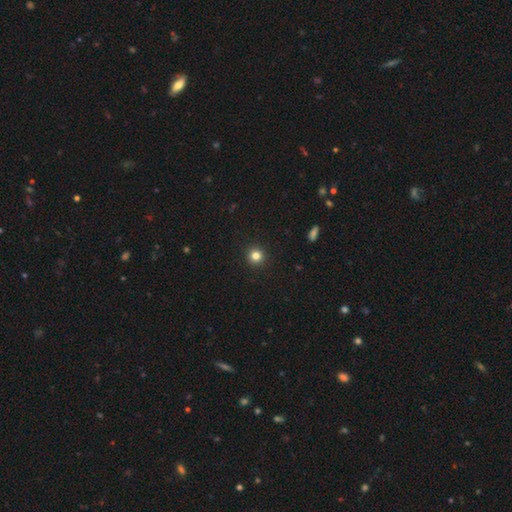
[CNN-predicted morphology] Overall: smooth (81%). How rounded: round (95%). Merging: none (93%).